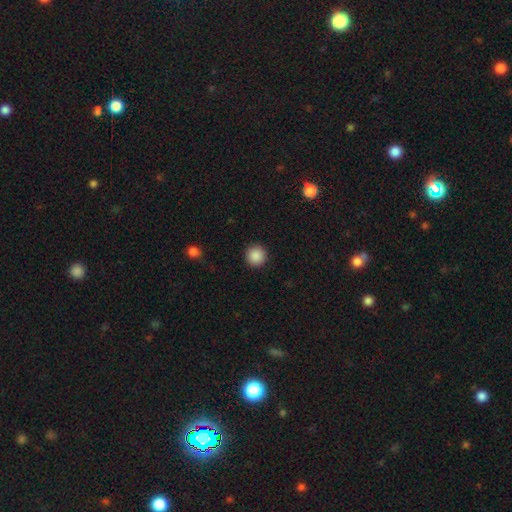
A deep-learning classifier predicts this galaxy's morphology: A smooth galaxy with no disk features (88%) that is round (95%). Merging: none (92%).